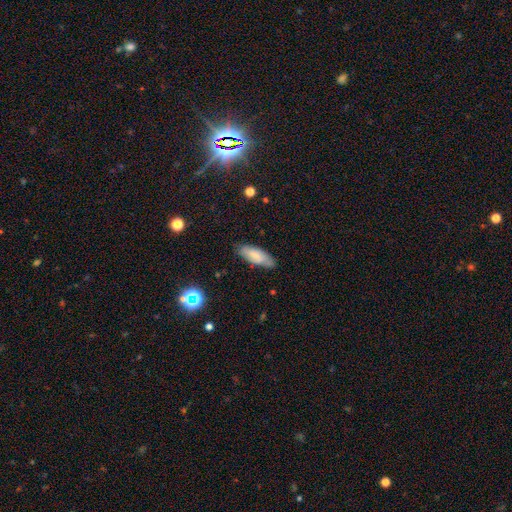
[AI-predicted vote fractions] A smooth galaxy with no disk features (64%) that is in between round and cigar-shaped (74%).

Vote fractions:
- Smooth or featured? smooth: 64% / featured or disk: 28% / star or artifact: 8%
- How rounded? in between: 74% / cigar-shaped: 24% / round: 2%
- Merging? none: 76% / minor disturbance: 19% / major disturbance: 4% / merger: 2%